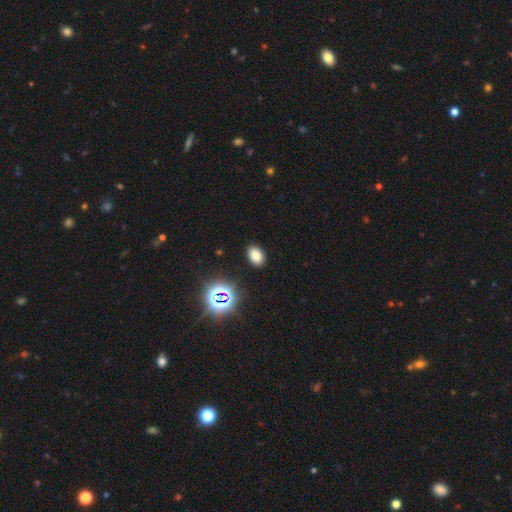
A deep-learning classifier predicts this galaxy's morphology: Smooth or featured? smooth (75%)
How rounded? in between (83%)
Merging? none (89%)